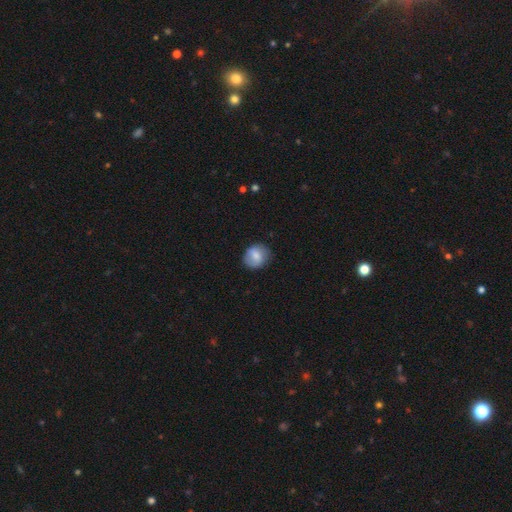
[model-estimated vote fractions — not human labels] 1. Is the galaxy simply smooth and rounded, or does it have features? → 73% smooth, 20% featured or disk, 7% star or artifact.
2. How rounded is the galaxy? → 72% round, 27% in between, 1% cigar-shaped.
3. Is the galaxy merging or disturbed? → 78% none, 16% minor disturbance, 4% major disturbance, 1% merger.